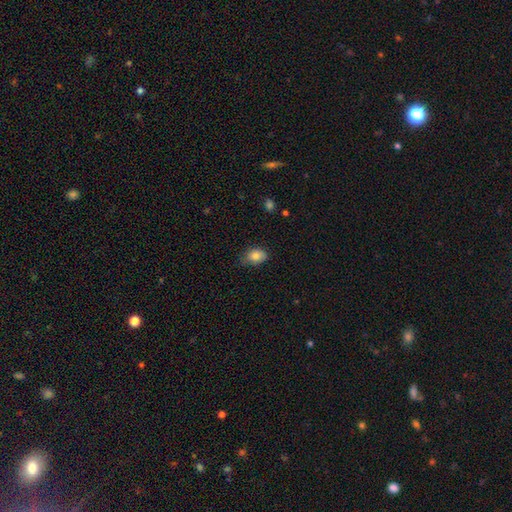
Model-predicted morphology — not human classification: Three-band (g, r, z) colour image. It shows a smooth galaxy with no disk features (83%) that is in between round and cigar-shaped (78%). Merging: none (61%).